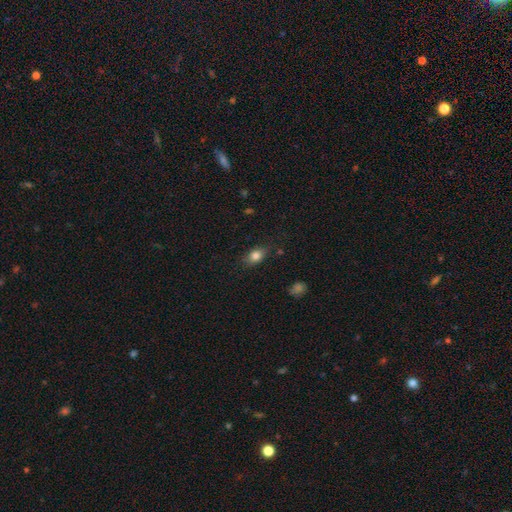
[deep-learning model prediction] smooth-or-featured: smooth: 82% | star or artifact: 9% | featured or disk: 9%
  how-rounded: in between: 79% | round: 18% | cigar-shaped: 4%
  merging: none: 79% | minor disturbance: 16% | major disturbance: 4% | merger: 2%